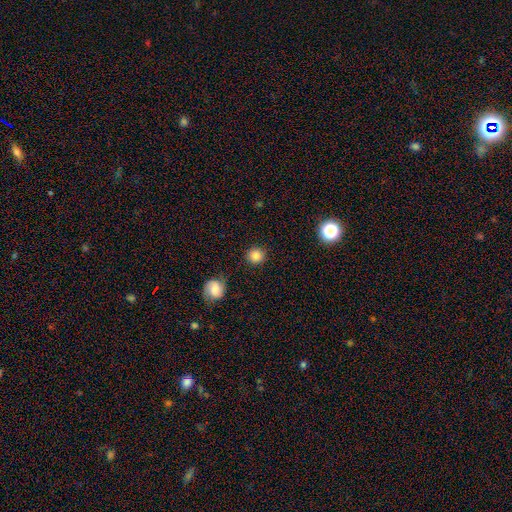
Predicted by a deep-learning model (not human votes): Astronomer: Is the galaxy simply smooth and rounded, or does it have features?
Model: smooth — 85%.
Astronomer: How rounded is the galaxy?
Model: round — 94%.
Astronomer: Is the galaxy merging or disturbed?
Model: none — 89%.